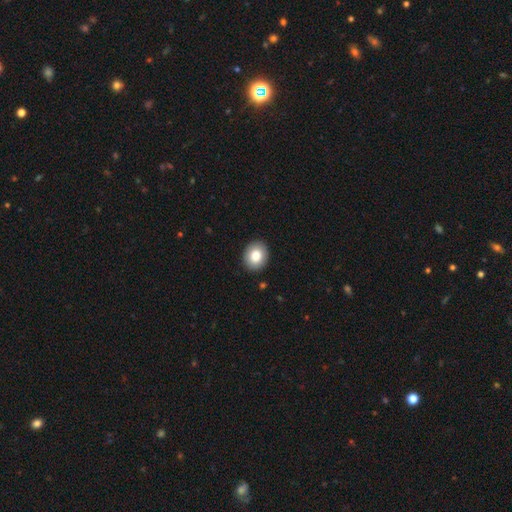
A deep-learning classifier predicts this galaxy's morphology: type=smooth (84%); roundness=round (53%); merging=none (90%).